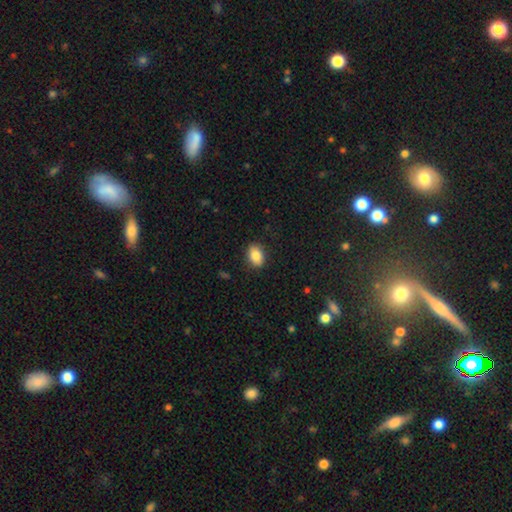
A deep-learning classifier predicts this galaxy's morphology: smooth 86%, star or artifact 8%, featured or disk 6%. Down the decision tree: how rounded — in between (79%); merging — none (86%).